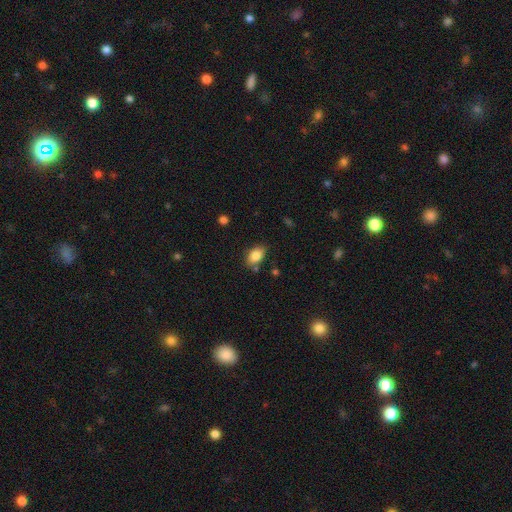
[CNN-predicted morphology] Overall: smooth (85%). How rounded: in between (87%). Merging: none (76%).